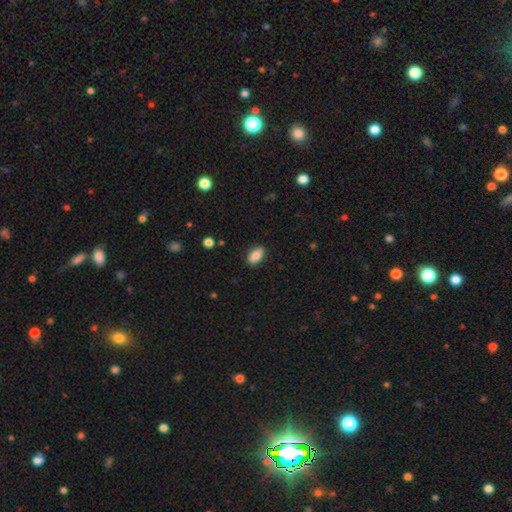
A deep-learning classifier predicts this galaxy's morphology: smooth_or_featured: smooth (p=0.87) [alt: star or artifact p=0.08]
how_rounded: in between (p=0.92) [alt: round p=0.05]
merging: none (p=0.88) [alt: minor disturbance p=0.09]